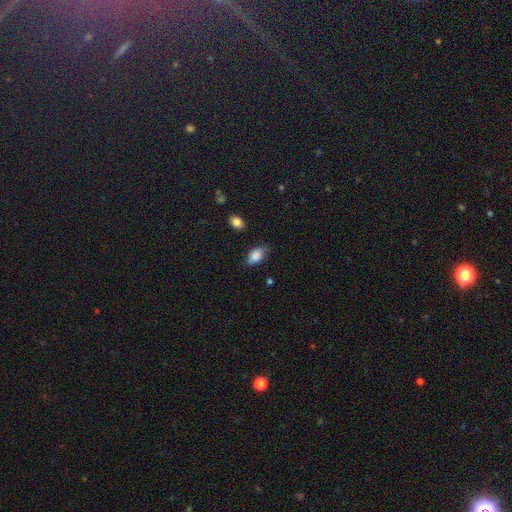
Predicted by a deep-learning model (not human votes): This appears to be a smooth galaxy with no disk features (85%) that is in between round and cigar-shaped (91%). Merging: none (70%).